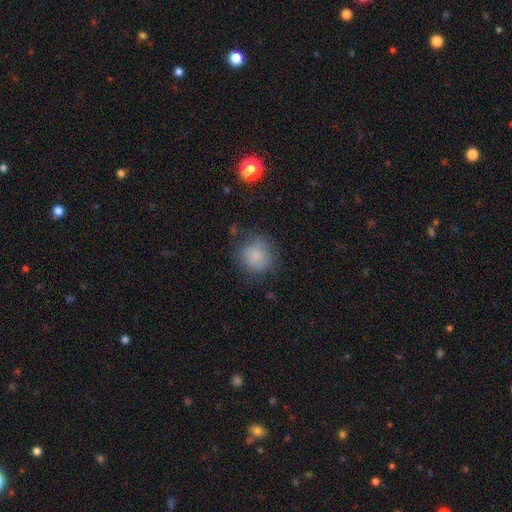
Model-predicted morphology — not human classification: smooth 84%, star or artifact 9%, featured or disk 7%. Down the decision tree: how rounded — round (89%); merging — none (76%).